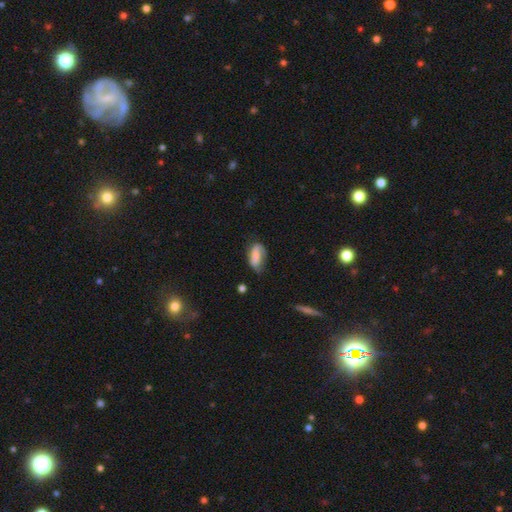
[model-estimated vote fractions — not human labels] The model was most divided on "smooth or featured": smooth: 52%, featured or disk: 40%, star or artifact: 8%. Remaining: how rounded — in between (88%); merging — none (48%).